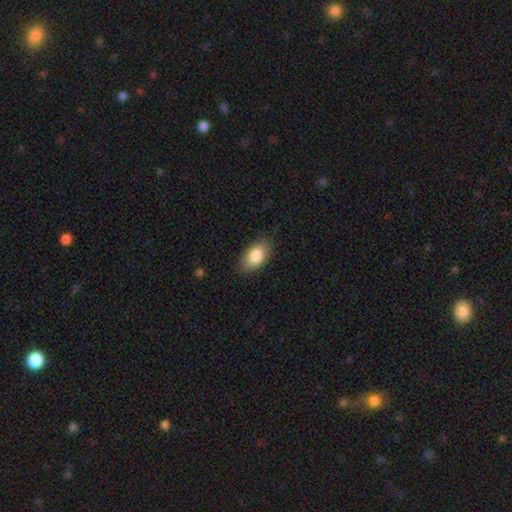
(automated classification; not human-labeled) Smooth or featured? Predicted: smooth (p=0.86). How rounded? Predicted: in between (p=0.93). Merging? Predicted: none (p=0.83).